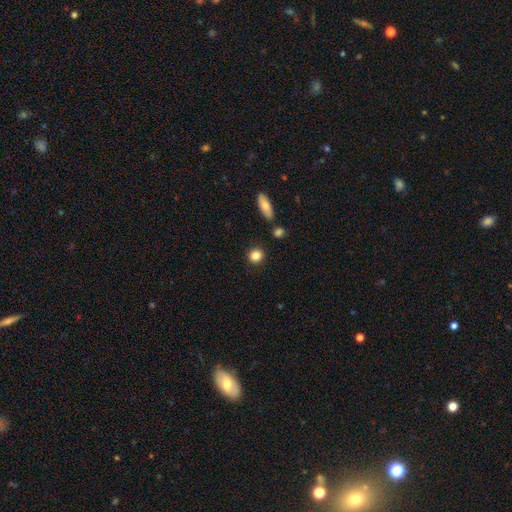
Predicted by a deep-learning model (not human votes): This appears to be a smooth galaxy with no disk features (86%) that is round (84%). Merging: none (88%).